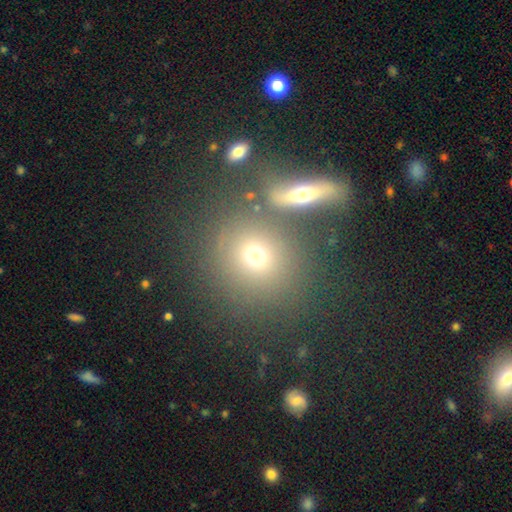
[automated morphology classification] Overall: smooth (68%). How rounded: round (80%). Merging: none (66%).